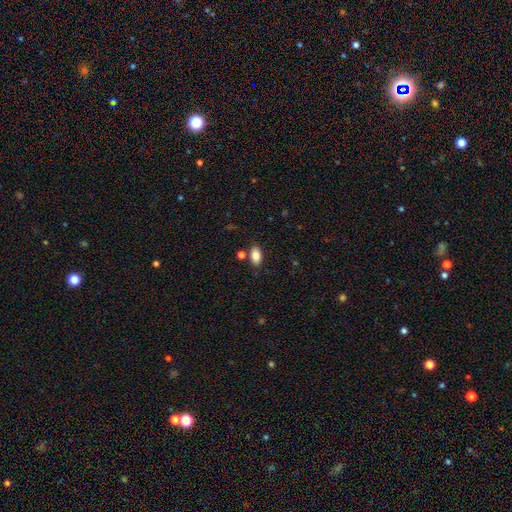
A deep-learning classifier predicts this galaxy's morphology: Smooth or featured? smooth (84%)
How rounded? in between (92%)
Merging? none (80%)